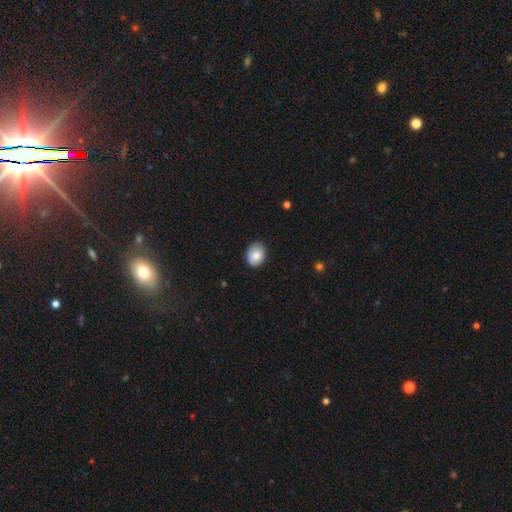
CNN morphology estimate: A smooth galaxy with no disk features (85%) that is in between round and cigar-shaped (63%). Merging: none (80%).